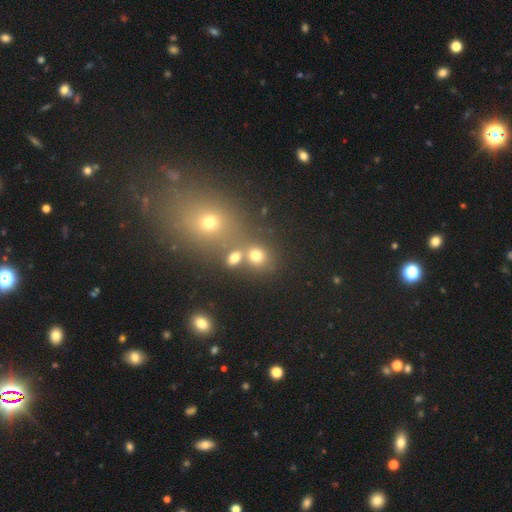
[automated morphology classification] A smooth galaxy with no disk features (72%) that is round (79%). Merging: none (59%).